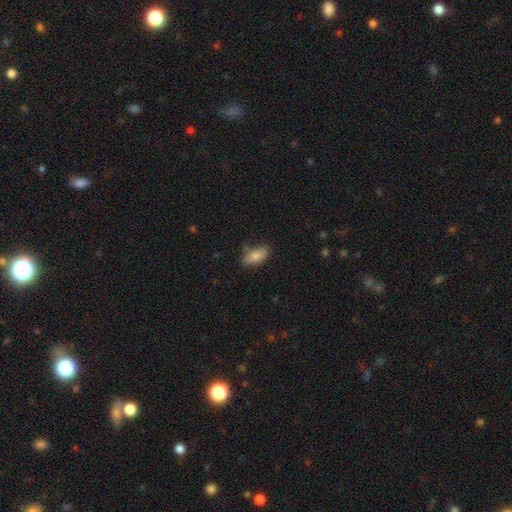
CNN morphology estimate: smooth-or-featured: smooth: 82% | featured or disk: 11% | star or artifact: 7%
  how-rounded: in between: 89% | cigar-shaped: 8% | round: 3%
  merging: none: 74% | minor disturbance: 19% | merger: 4% | major disturbance: 4%